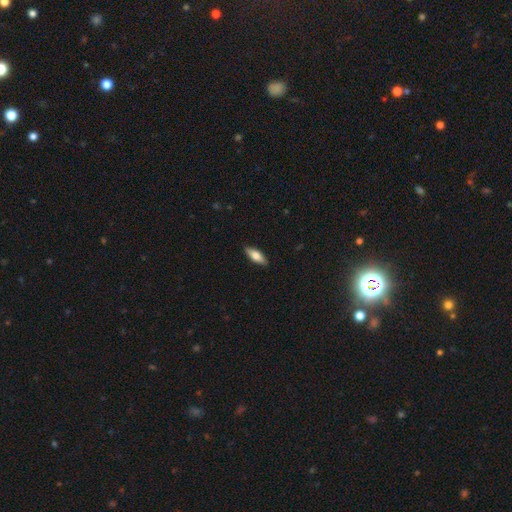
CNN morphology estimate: smooth 68%, featured or disk 26%, star or artifact 6%. Down the decision tree: how rounded — in between (63%); merging — none (89%).